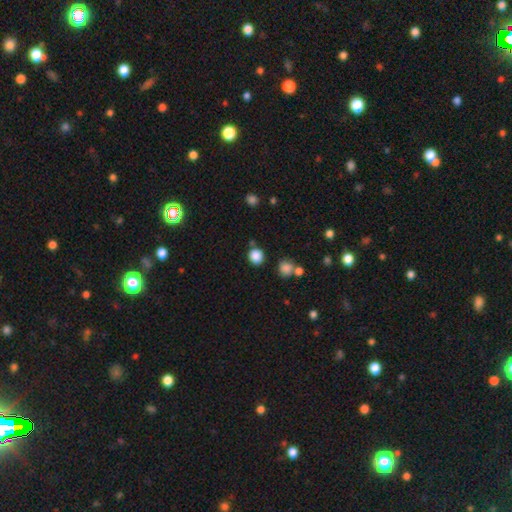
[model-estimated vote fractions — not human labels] Morphology: type=smooth (85%); roundness=round (88%); merging=none (80%).